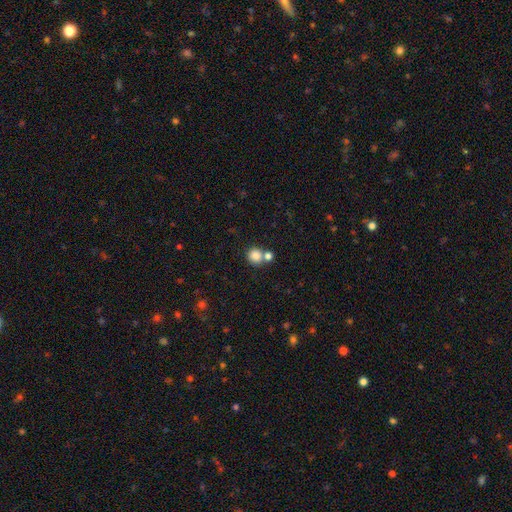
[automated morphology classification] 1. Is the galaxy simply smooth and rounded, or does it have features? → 83% smooth, 11% star or artifact, 6% featured or disk.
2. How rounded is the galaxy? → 89% round, 10% in between, 1% cigar-shaped.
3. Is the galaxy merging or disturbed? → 58% none, 32% merger, 7% minor disturbance, 3% major disturbance.